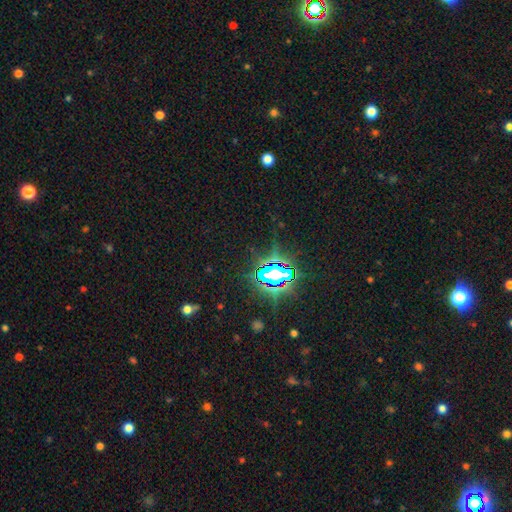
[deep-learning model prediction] Smooth or featured? star or artifact (82%)